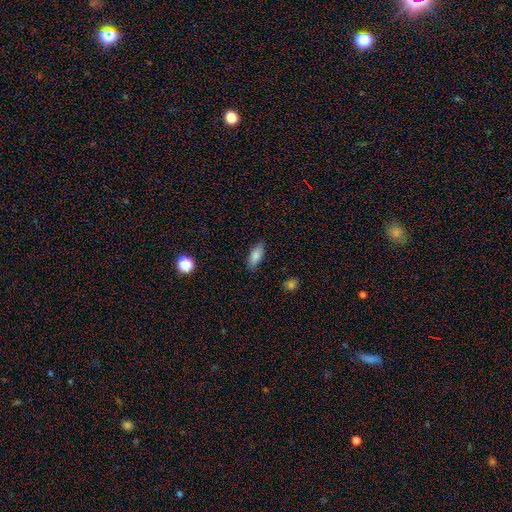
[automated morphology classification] Q: Smooth or featured?
A: smooth (83%); runner-up: featured or disk (10%)
Q: How rounded?
A: in between (79%); runner-up: cigar-shaped (18%)
Q: Merging?
A: none (86%); runner-up: minor disturbance (11%)